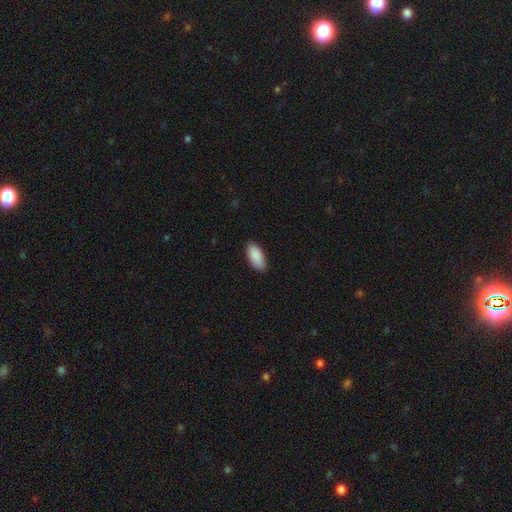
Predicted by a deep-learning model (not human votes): Smooth or featured?
  - smooth: 91% *
  - star or artifact: 6%
  - featured or disk: 4%
How rounded?
  - in between: 91% *
  - cigar-shaped: 7%
  - round: 2%
Merging?
  - none: 88% *
  - minor disturbance: 10%
  - major disturbance: 2%
  - merger: 1%